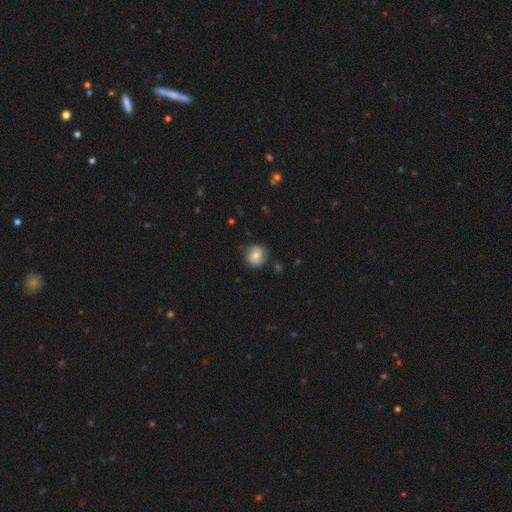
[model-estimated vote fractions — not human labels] A smooth galaxy with no disk features (65%) that is round (82%).

Vote fractions:
- Smooth or featured? smooth: 65% / featured or disk: 26% / star or artifact: 9%
- How rounded? round: 82% / in between: 17% / cigar-shaped: 1%
- Merging? none: 75% / minor disturbance: 18% / major disturbance: 5% / merger: 2%